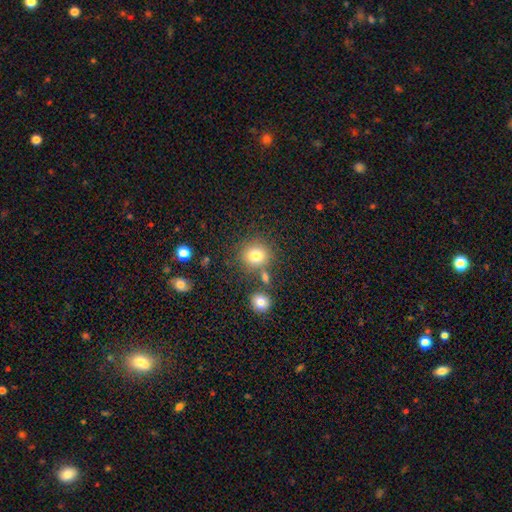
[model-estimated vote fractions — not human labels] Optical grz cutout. It shows a smooth galaxy with no disk features (79%) that is round (86%). Merging: none (74%).